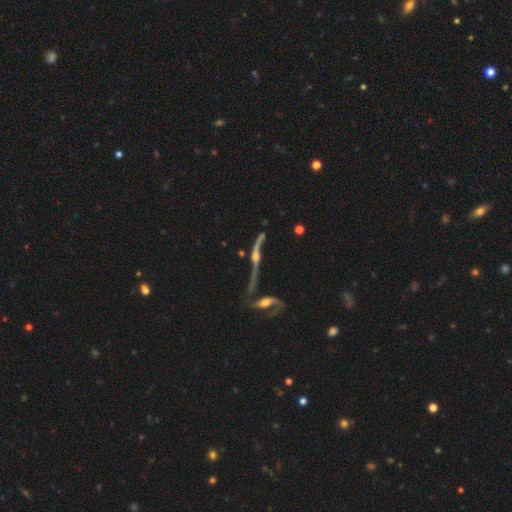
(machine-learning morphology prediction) smooth-or-featured: featured or disk: 85% | star or artifact: 8% | smooth: 7%
  disk-edge-on: yes: 65% | no: 35%
    edge-on-bulge: rounded: 89% | none: 6% | boxy: 5%
  merging: none: 42% | merger: 28% | minor disturbance: 16% | major disturbance: 14%